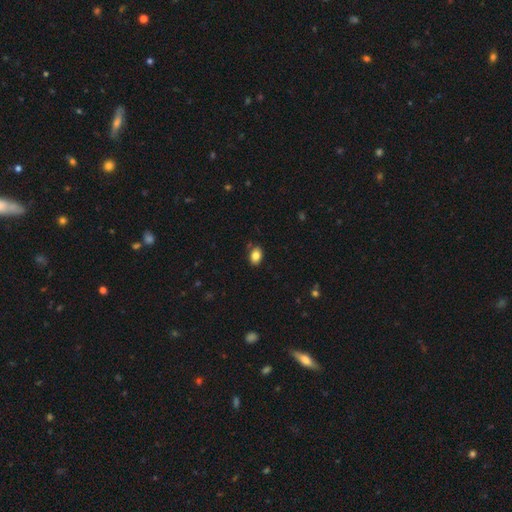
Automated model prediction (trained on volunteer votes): This is clearly a smooth galaxy (83%). How rounded: likely in between (79%). Merging: clearly none (82%).